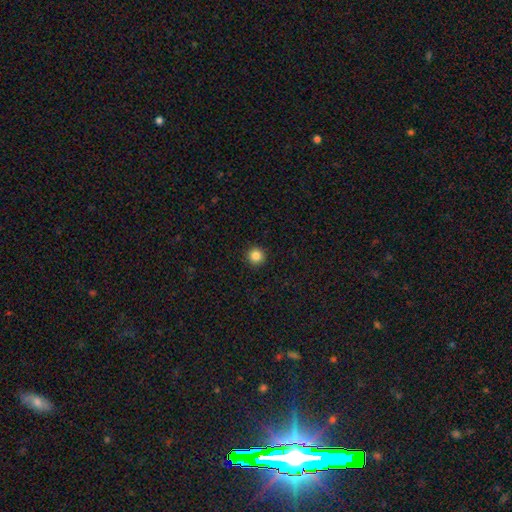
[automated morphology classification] Q: Smooth or featured?
A: smooth (85%); runner-up: star or artifact (11%)
Q: How rounded?
A: round (96%); runner-up: in between (3%)
Q: Merging?
A: none (93%); runner-up: minor disturbance (4%)